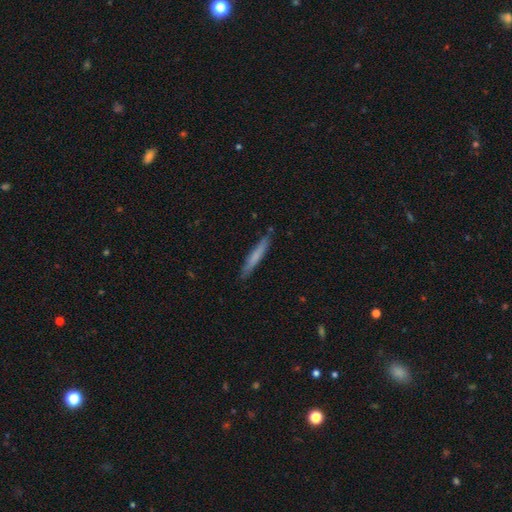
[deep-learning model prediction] Smooth or featured?
  - smooth: 67% *
  - featured or disk: 27%
  - star or artifact: 6%
How rounded?
  - cigar-shaped: 95% *
  - in between: 3%
  - round: 1%
Merging?
  - none: 87% *
  - minor disturbance: 10%
  - major disturbance: 2%
  - merger: 2%